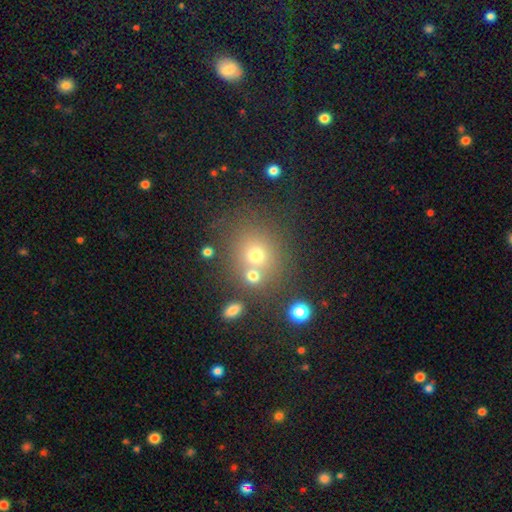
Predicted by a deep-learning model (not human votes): Overall: smooth (66%). How rounded: round (79%). Merging: none (59%; merger 26%).